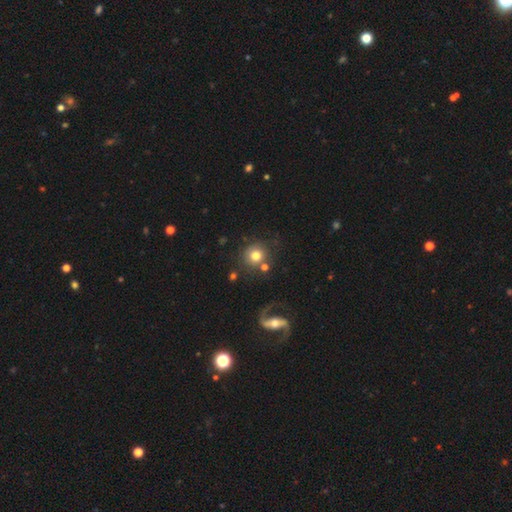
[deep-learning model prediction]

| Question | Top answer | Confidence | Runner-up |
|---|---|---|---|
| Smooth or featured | smooth | 71% | featured or disk (20%) |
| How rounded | round | 91% | in between (8%) |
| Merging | none | 68% | merger (13%) |